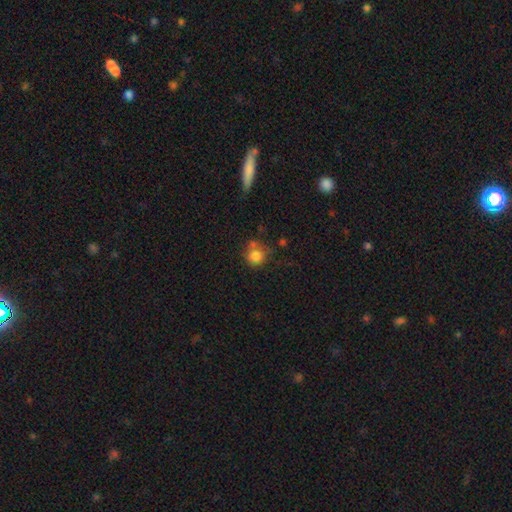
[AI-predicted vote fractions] A smooth galaxy with no disk features (81%) that is round (87%).

Vote fractions:
- Smooth or featured? smooth: 81% / star or artifact: 10% / featured or disk: 9%
- How rounded? round: 87% / in between: 12% / cigar-shaped: 1%
- Merging? none: 55% / minor disturbance: 20% / merger: 16% / major disturbance: 9%